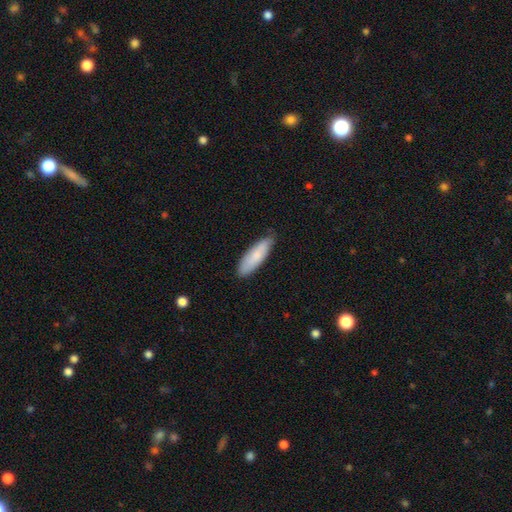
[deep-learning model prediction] The model was most divided on "how rounded": in between: 51%, cigar-shaped: 48%, round: 2%. More confident: smooth or featured — smooth (80%); merging — none (79%).